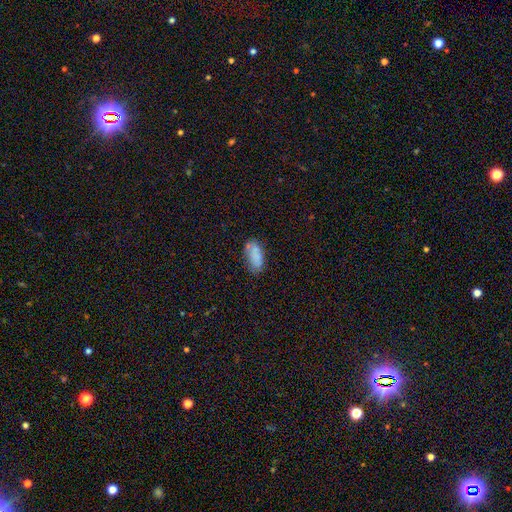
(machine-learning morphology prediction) Smooth or featured?
  - smooth: 76% *
  - featured or disk: 15%
  - star or artifact: 9%
How rounded?
  - in between: 90% *
  - cigar-shaped: 7%
  - round: 3%
Merging?
  - none: 60% *
  - minor disturbance: 24%
  - merger: 9%
  - major disturbance: 8%